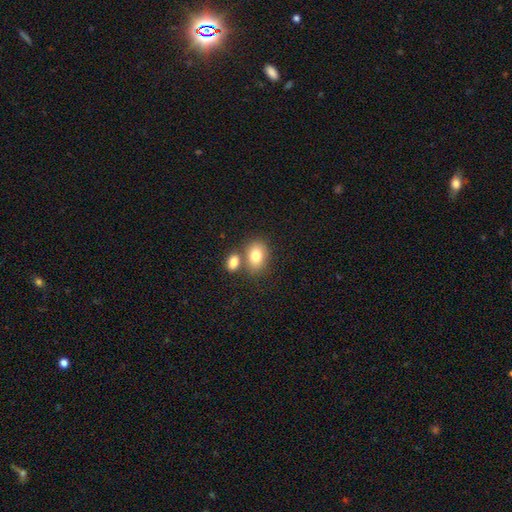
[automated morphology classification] Smooth or featured? Predicted: smooth (p=0.81). How rounded? Predicted: in between (p=0.73). Merging? Predicted: none (p=0.53).